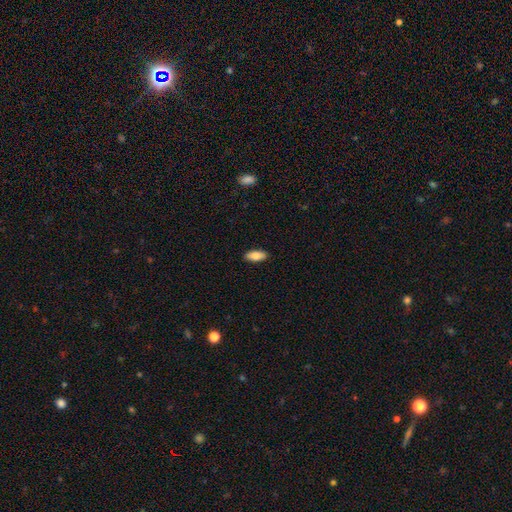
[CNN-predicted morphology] This is clearly a smooth galaxy (80%). How rounded: clearly in between (84%). Merging: clearly none (89%).